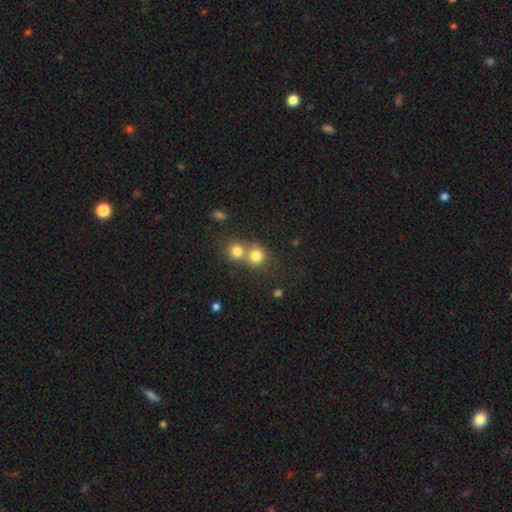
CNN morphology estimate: Smooth or featured? smooth (79%)
How rounded? round (86%)
Merging? merger (48%)